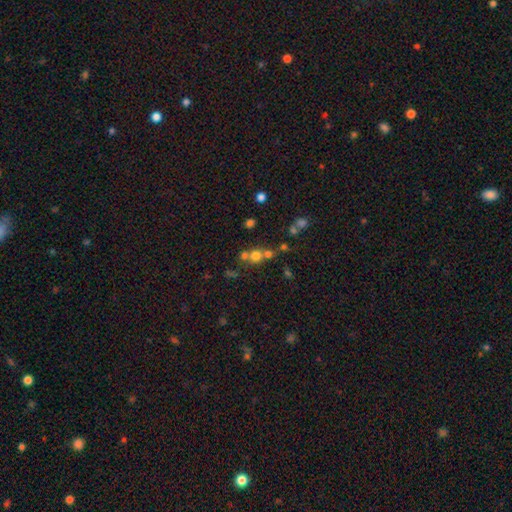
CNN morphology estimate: Overall: smooth (63%). How rounded: round (87%). Merging: none (49%; merger 39%).